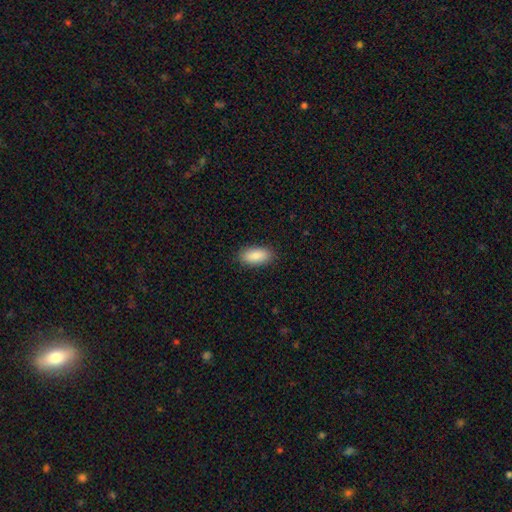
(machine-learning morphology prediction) smooth-or-featured: smooth: 89% | star or artifact: 6% | featured or disk: 5%
  how-rounded: in between: 90% | cigar-shaped: 8% | round: 2%
  merging: none: 89% | minor disturbance: 8% | major disturbance: 2% | merger: 1%